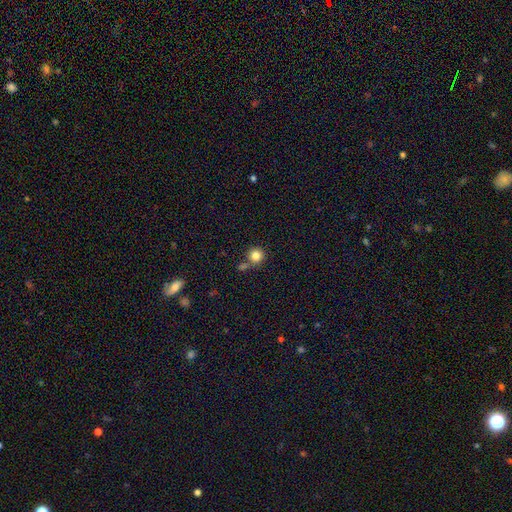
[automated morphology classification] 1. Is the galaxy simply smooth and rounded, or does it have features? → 83% smooth, 11% star or artifact, 6% featured or disk.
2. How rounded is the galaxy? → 93% round, 6% in between, 1% cigar-shaped.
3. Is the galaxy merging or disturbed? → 66% none, 19% merger, 11% minor disturbance, 4% major disturbance.